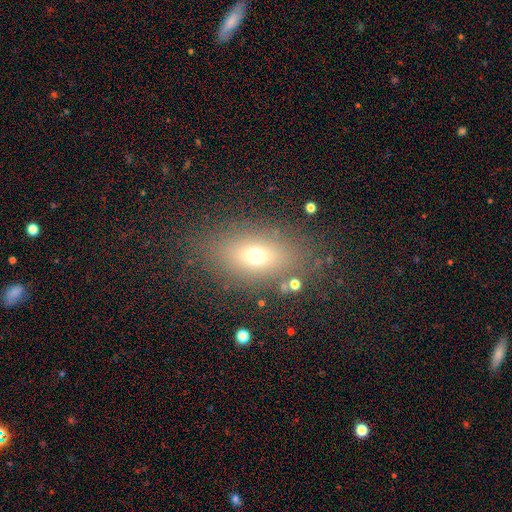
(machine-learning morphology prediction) This is likely a smooth galaxy (64%). How rounded: likely in between (77%). Merging: clearly none (80%).